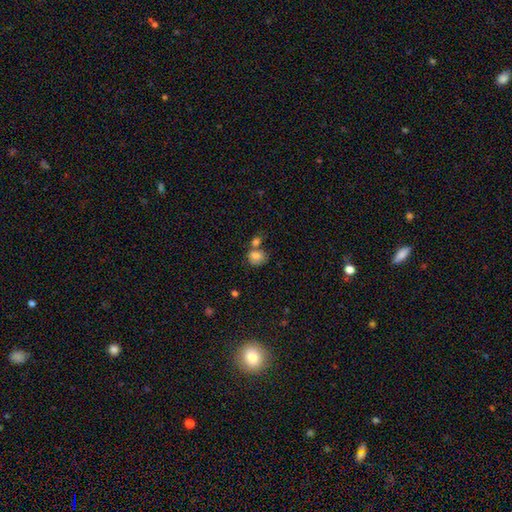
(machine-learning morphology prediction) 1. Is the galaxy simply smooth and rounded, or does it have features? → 79% smooth, 12% featured or disk, 10% star or artifact.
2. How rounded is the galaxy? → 62% round, 37% in between, 1% cigar-shaped.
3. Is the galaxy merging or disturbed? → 44% none, 36% merger, 15% minor disturbance, 6% major disturbance.